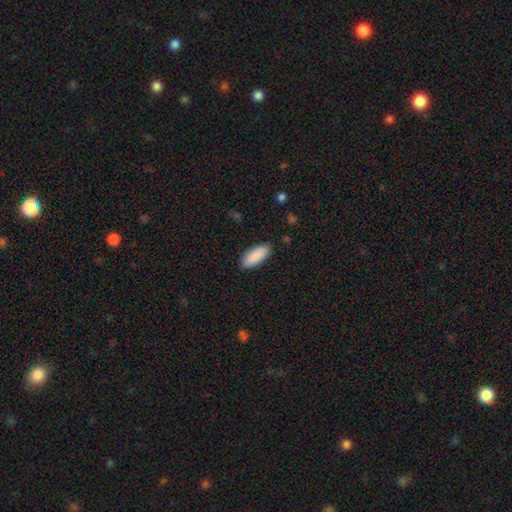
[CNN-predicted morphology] type=smooth (91%); roundness=in between (78%); merging=none (88%).